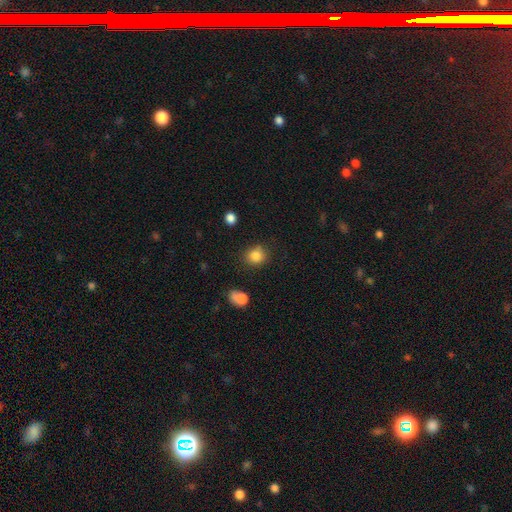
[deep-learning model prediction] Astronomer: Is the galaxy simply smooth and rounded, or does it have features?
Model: smooth — 84%.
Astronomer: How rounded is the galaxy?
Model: round — 78%.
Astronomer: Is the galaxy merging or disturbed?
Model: none — 77%.